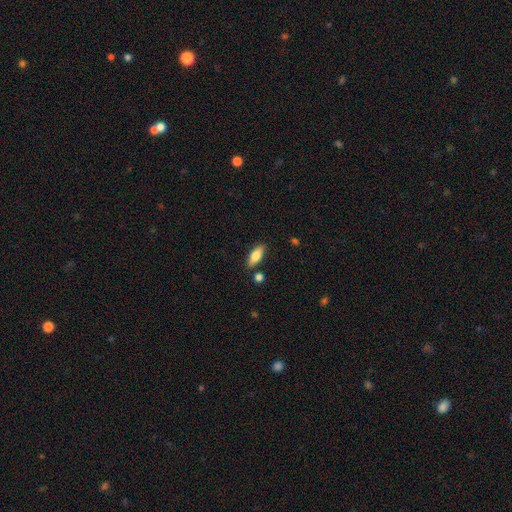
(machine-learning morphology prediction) Smooth or featured? smooth (72%)
How rounded? in between (70%)
Merging? none (83%)